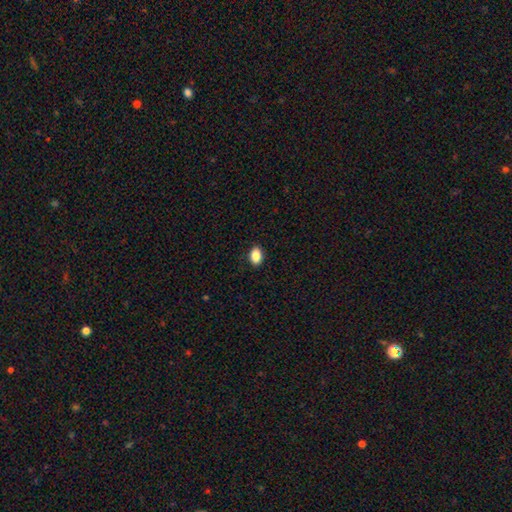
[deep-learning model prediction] Morphology: type=smooth (88%); roundness=in between (85%); merging=none (90%).